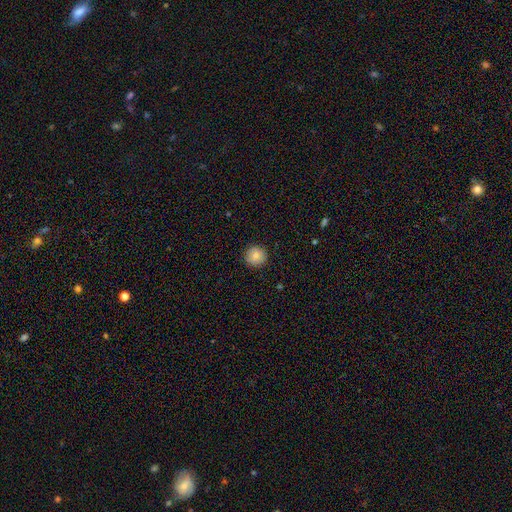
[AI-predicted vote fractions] A smooth galaxy with no disk features (84%) that is round (94%). Merging: none (91%).